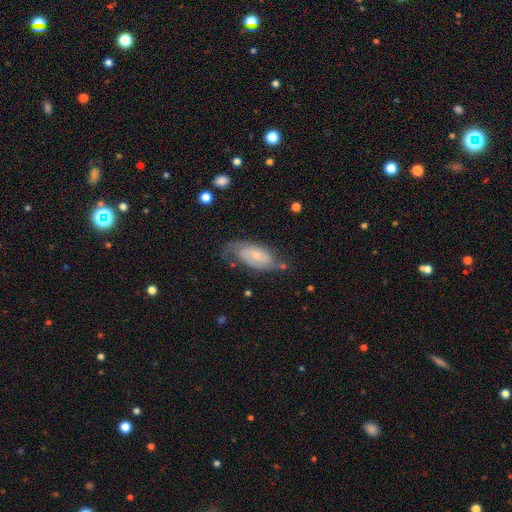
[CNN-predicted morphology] This appears to be a featured or disk galaxy (72%) with no bar (50%), 2 (73%) medium (43%) spiral arms (92%) and a small central bulge (63%). Merging: none (59%).